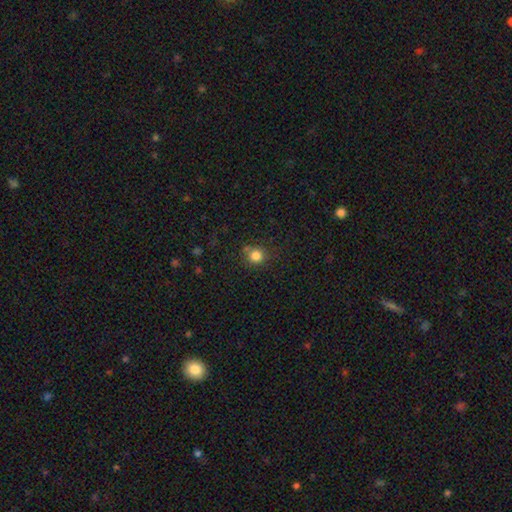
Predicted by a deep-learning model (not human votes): smooth-or-featured: smooth: 82% | star or artifact: 13% | featured or disk: 6%
  how-rounded: round: 89% | in between: 10% | cigar-shaped: 1%
  merging: none: 74% | minor disturbance: 15% | merger: 7% | major disturbance: 4%